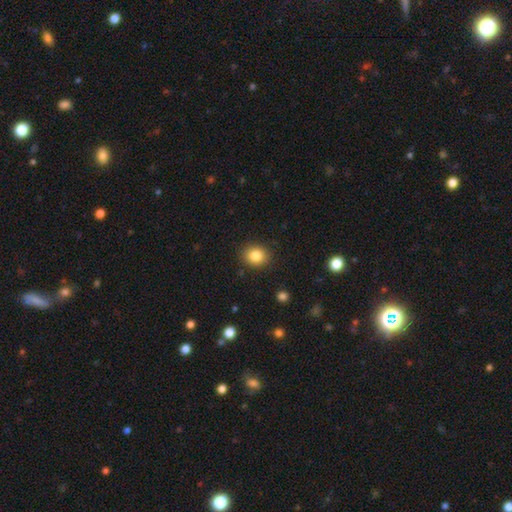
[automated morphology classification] Overall: smooth (83%). How rounded: round (72%). Merging: none (90%).